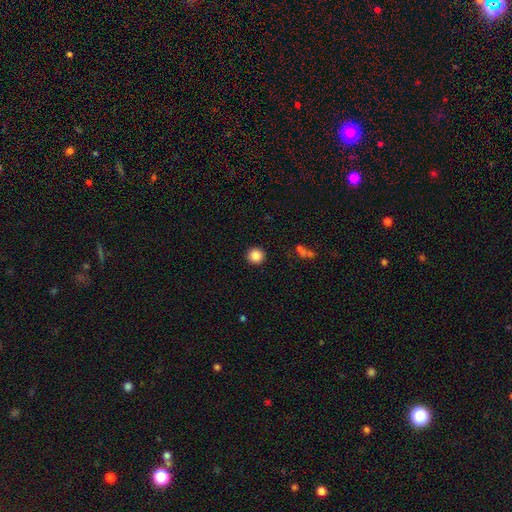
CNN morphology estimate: The model was most divided on "smooth or featured": smooth: 87%, star or artifact: 10%, featured or disk: 4%. More confident: how rounded — round (95%); merging — none (92%).